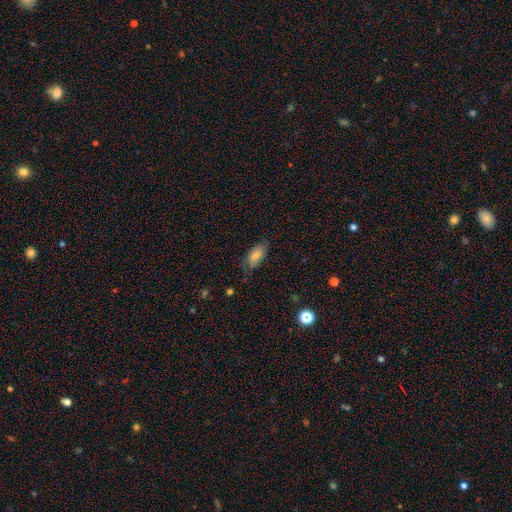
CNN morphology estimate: This is likely a smooth galaxy (79%). How rounded: clearly in between (91%). Merging: likely none (66%).